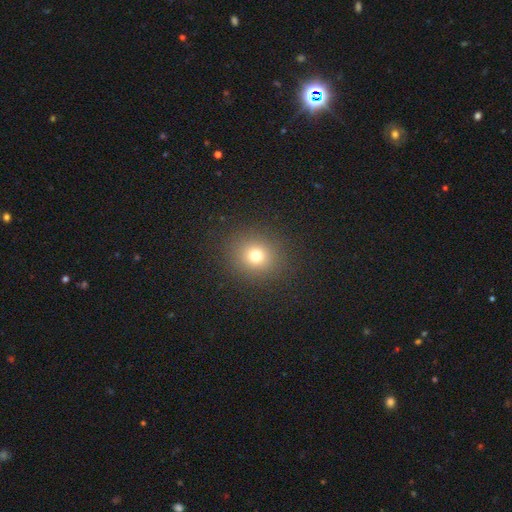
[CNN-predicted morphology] Smooth or featured?
  - smooth: 74% *
  - star or artifact: 17%
  - featured or disk: 9%
How rounded?
  - round: 82% *
  - in between: 17%
  - cigar-shaped: 1%
Merging?
  - none: 89% *
  - minor disturbance: 6%
  - major disturbance: 4%
  - merger: 1%